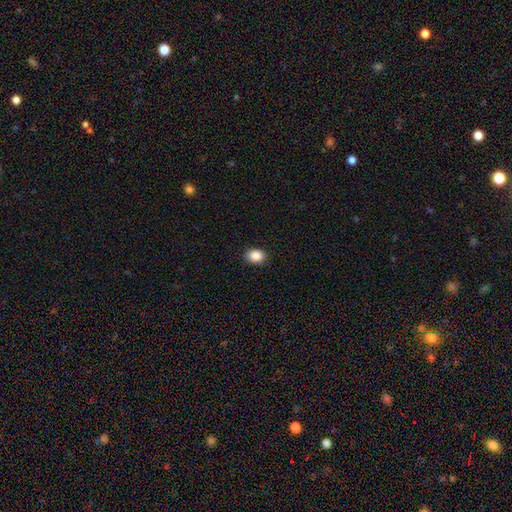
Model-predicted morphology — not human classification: Smooth or featured? smooth (89%)
How rounded? in between (64%)
Merging? none (89%)